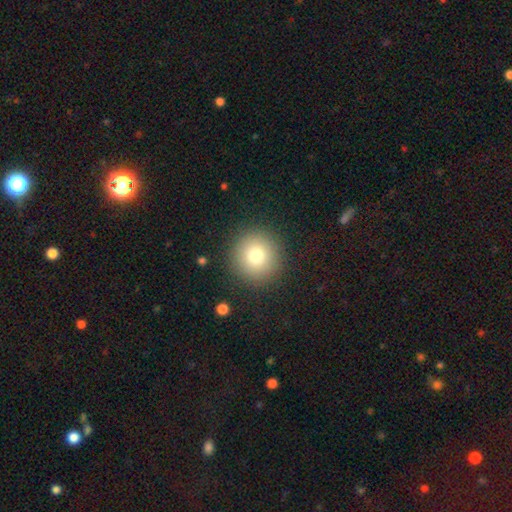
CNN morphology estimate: smooth 78%, star or artifact 12%, featured or disk 10%. Down the decision tree: how rounded — round (95%); merging — none (90%).